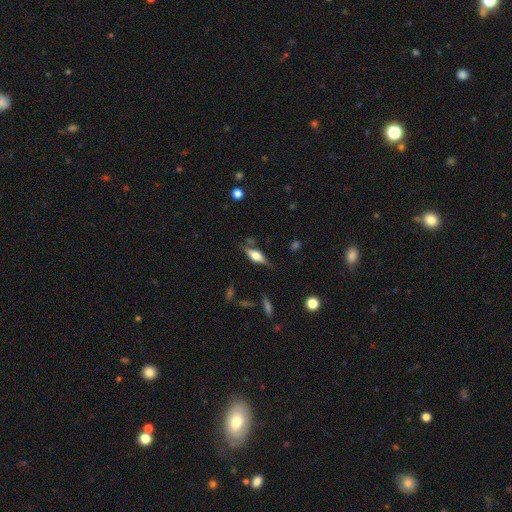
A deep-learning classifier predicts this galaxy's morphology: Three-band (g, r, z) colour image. It shows a featured or disk galaxy (48%). Merging: none (71%).